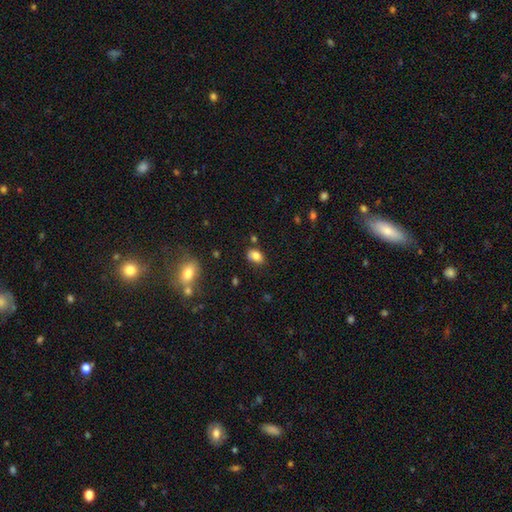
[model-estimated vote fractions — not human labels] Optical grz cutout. It shows a smooth galaxy with no disk features (82%) that is in between round and cigar-shaped (80%). Merging: none (70%).